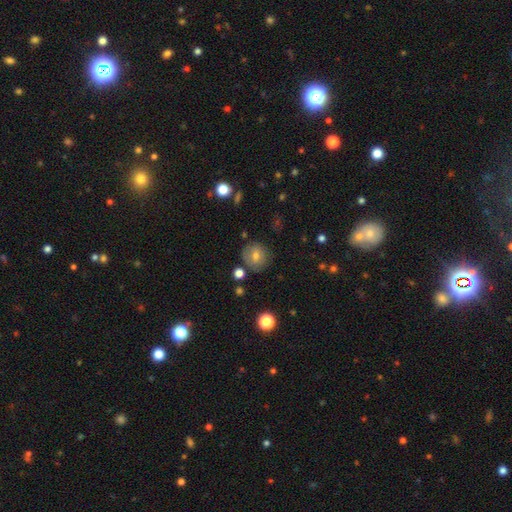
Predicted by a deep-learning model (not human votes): smooth_or_featured: smooth (p=0.65) [alt: featured or disk p=0.22]
how_rounded: round (p=0.88) [alt: in between p=0.11]
merging: none (p=0.82) [alt: minor disturbance p=0.12]